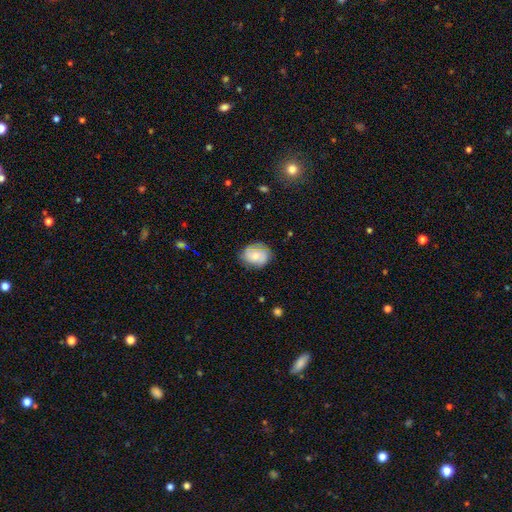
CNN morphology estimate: smooth-or-featured: smooth: 46% | featured or disk: 45% | star or artifact: 9%
  merging: none: 71% | minor disturbance: 21% | major disturbance: 7% | merger: 1%